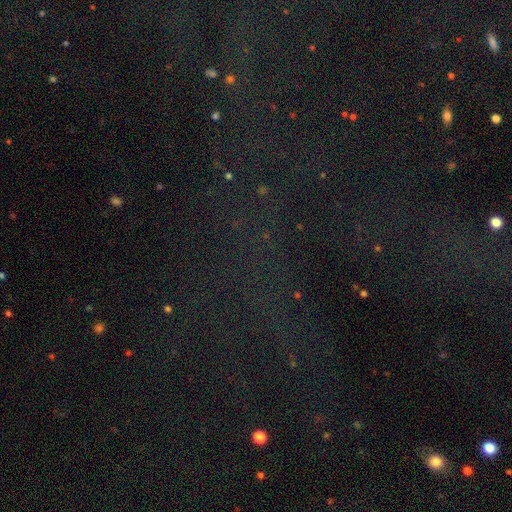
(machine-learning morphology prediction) This appears to be a star or artifact, not a galaxy (75%).